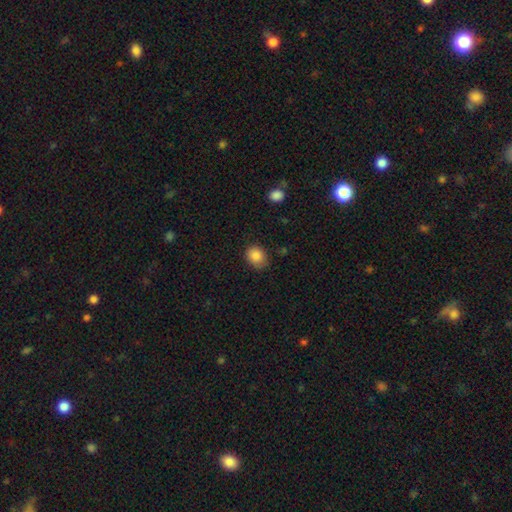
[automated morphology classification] Smooth or featured: smooth — 86% (star or artifact — 10%)
How rounded: round — 64% (in between — 36%)
Merging: none — 73% (minor disturbance — 21%)